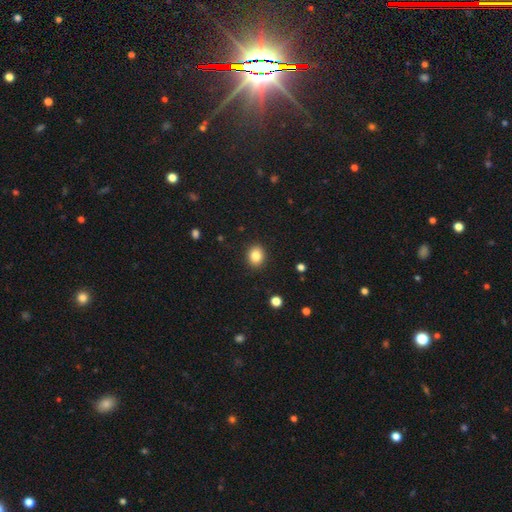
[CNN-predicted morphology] Smooth or featured? smooth (85%)
How rounded? round (65%)
Merging? none (90%)